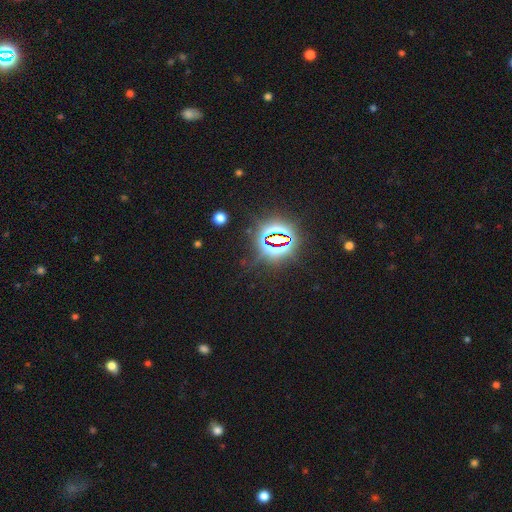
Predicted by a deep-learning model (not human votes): Smooth or featured?
  - star or artifact: 84% *
  - smooth: 9%
  - featured or disk: 6%